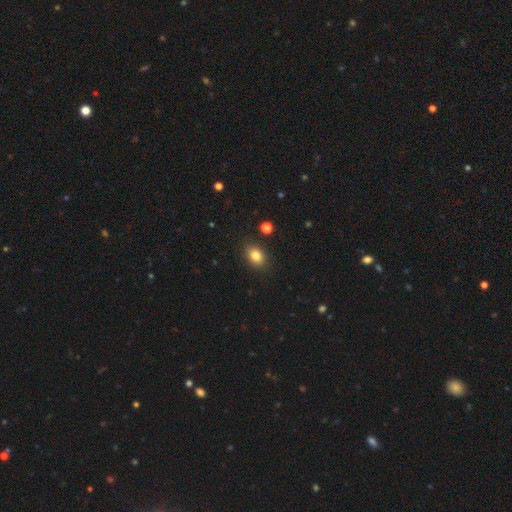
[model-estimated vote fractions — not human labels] A smooth galaxy with no disk features (83%) that is in between round and cigar-shaped (71%). Merging: none (87%).